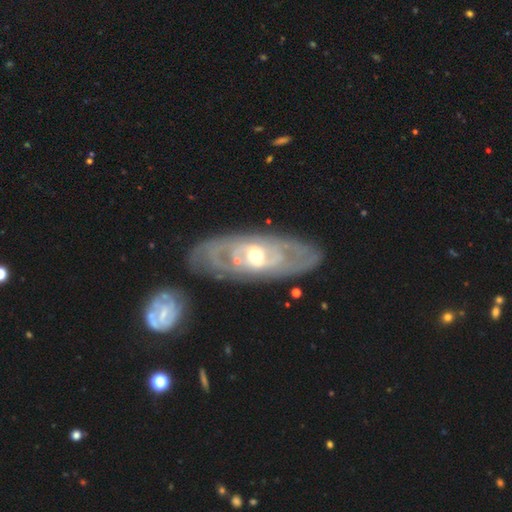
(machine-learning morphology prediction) Overall: featured or disk (82%). Edge-on disk: no (88%). Bar: no (51%; weak 32%). Spiral arms: yes (73%). Spiral arm count: can't tell (41%; 2 39%). Spiral winding: tight (62%; medium 27%). Bulge size: moderate (67%). Merging: none (80%).